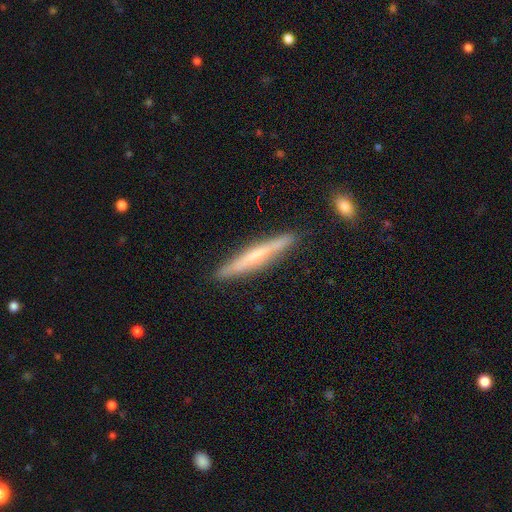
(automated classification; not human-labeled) Morphology: type=featured or disk (51%); edge-on=yes (94%); merging=none (87%).